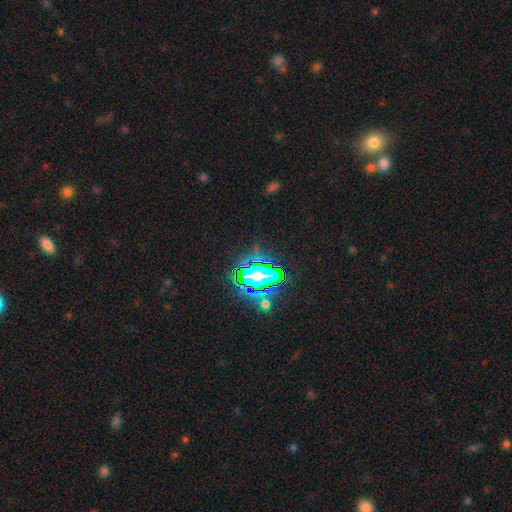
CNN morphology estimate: smooth-or-featured: star or artifact: 78% | smooth: 13% | featured or disk: 9%